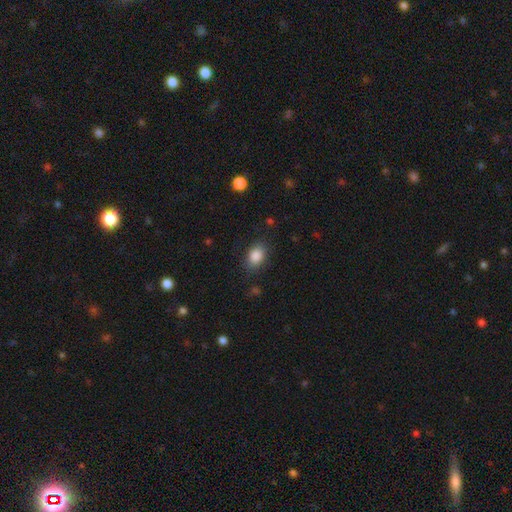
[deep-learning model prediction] smooth-or-featured: smooth: 87% | star or artifact: 8% | featured or disk: 5%
  how-rounded: in between: 73% | round: 26% | cigar-shaped: 1%
  merging: none: 80% | minor disturbance: 14% | major disturbance: 4% | merger: 1%